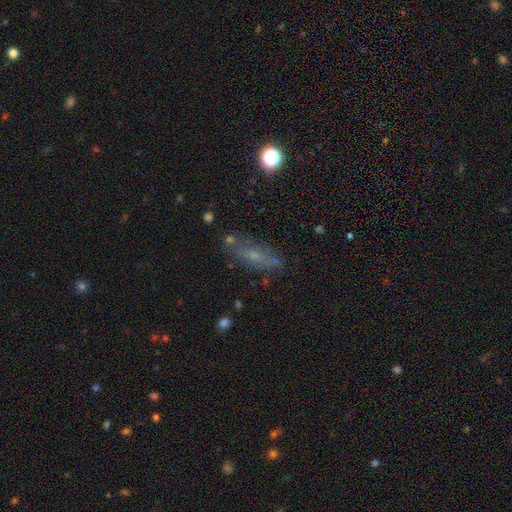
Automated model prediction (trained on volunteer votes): A smooth galaxy with no disk features (41%). Merging: none (69%).